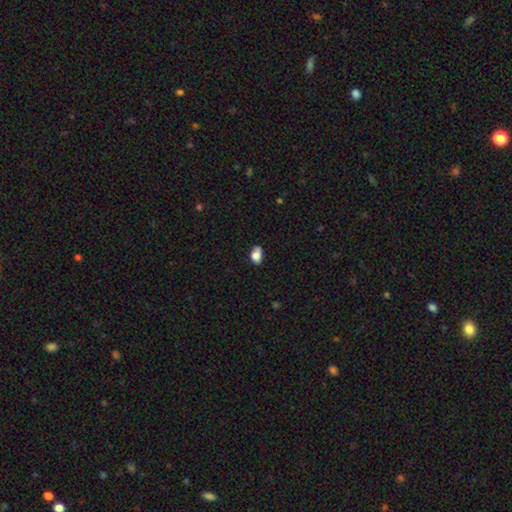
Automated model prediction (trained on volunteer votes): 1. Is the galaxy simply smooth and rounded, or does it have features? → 81% smooth, 10% featured or disk, 9% star or artifact.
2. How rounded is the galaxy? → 86% in between, 12% round, 2% cigar-shaped.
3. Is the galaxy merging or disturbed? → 63% none, 29% minor disturbance, 6% major disturbance, 2% merger.